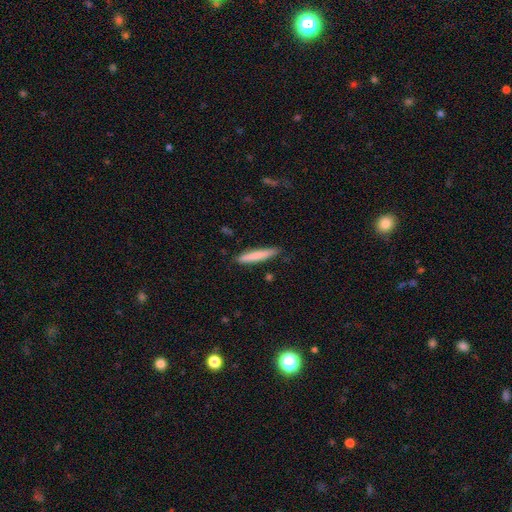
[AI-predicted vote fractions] Smooth or featured? smooth (79%)
How rounded? cigar-shaped (94%)
Merging? none (86%)